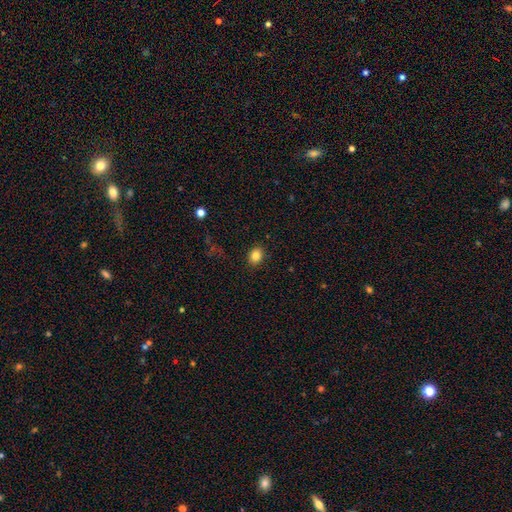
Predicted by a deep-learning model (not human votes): Overall: smooth (83%). How rounded: in between (57%; round 42%). Merging: none (88%).